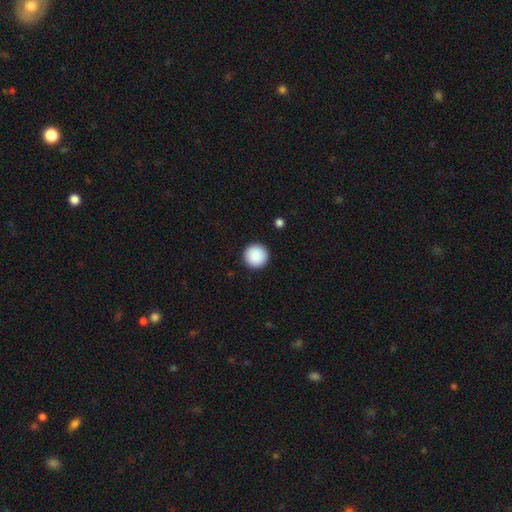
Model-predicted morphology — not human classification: Smooth or featured: smooth — 90% (star or artifact — 7%)
How rounded: round — 97% (in between — 2%)
Merging: none — 93% (minor disturbance — 4%)